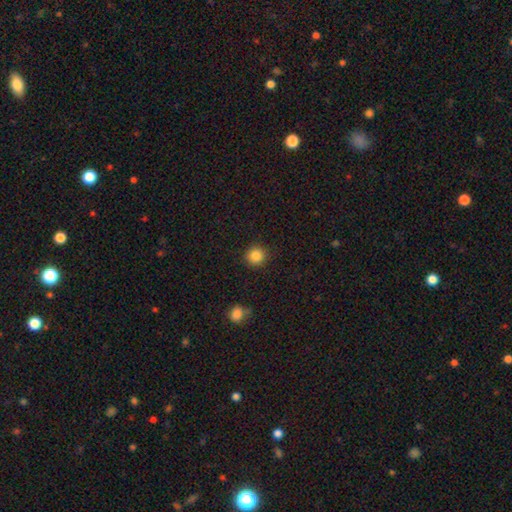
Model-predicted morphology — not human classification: The model was most divided on "smooth or featured": smooth: 85%, star or artifact: 10%, featured or disk: 5%. More confident: how rounded — round (92%); merging — none (90%).